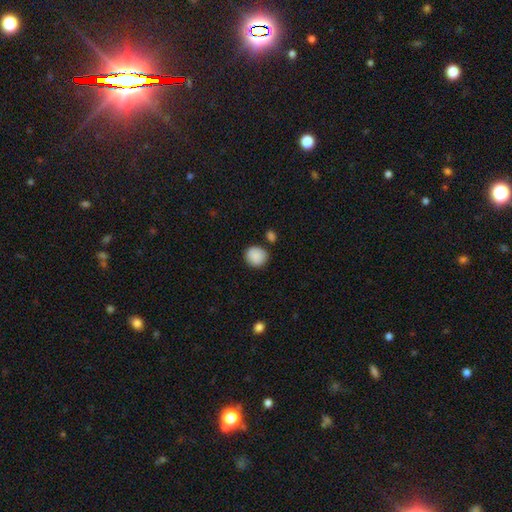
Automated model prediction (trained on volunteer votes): Smooth or featured?
  - smooth: 90% *
  - star or artifact: 7%
  - featured or disk: 3%
How rounded?
  - round: 87% *
  - in between: 12%
  - cigar-shaped: 1%
Merging?
  - none: 83% *
  - minor disturbance: 9%
  - merger: 5%
  - major disturbance: 3%